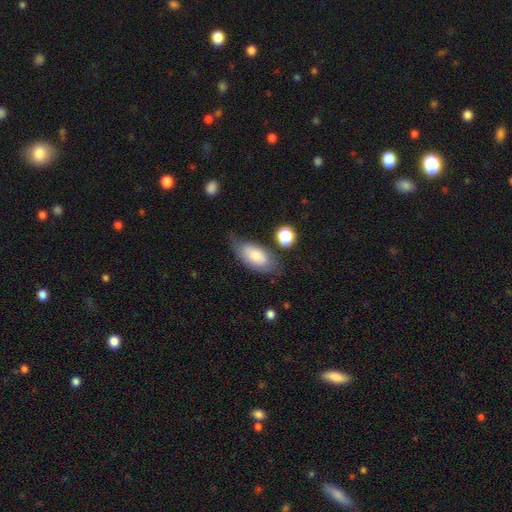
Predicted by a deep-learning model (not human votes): Smooth or featured? Predicted: smooth (p=0.73). How rounded? Predicted: in between (p=0.90). Merging? Predicted: none (p=0.57).